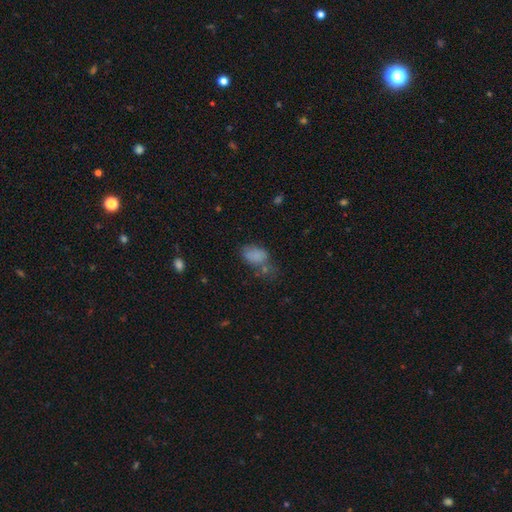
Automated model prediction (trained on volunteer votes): Smooth or featured: smooth — 76% (featured or disk — 12%)
How rounded: in between — 88% (round — 10%)
Merging: none — 38% (minor disturbance — 27%)